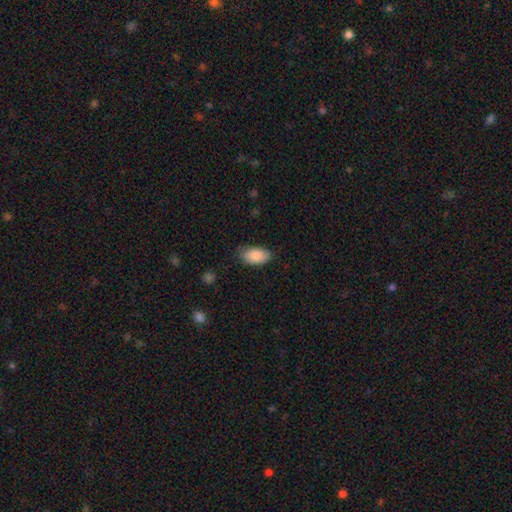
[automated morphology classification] Overall: smooth (88%). How rounded: in between (94%). Merging: none (78%).